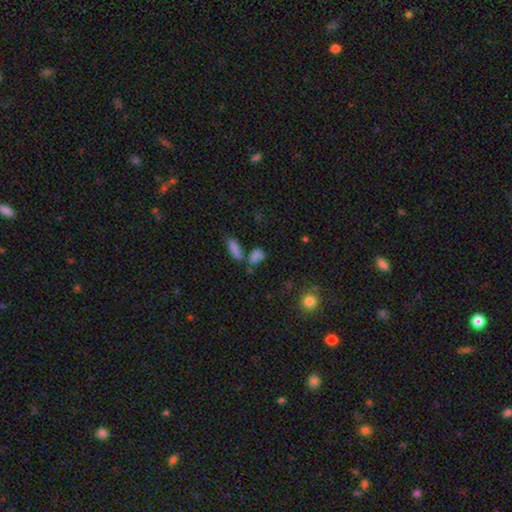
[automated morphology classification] The model was most divided on "merging": none: 43%, merger: 37%, minor disturbance: 13%, major disturbance: 7%. More confident: smooth or featured — smooth (74%); how rounded — in between (72%).